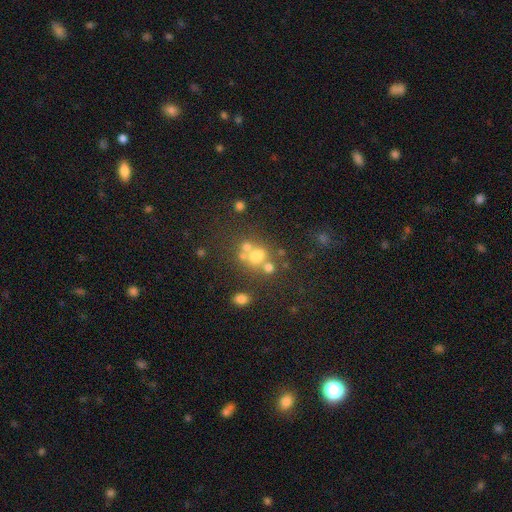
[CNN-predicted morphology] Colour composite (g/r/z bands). It shows a smooth galaxy with no disk features (59%) that is round (72%). Merging: none (47%).